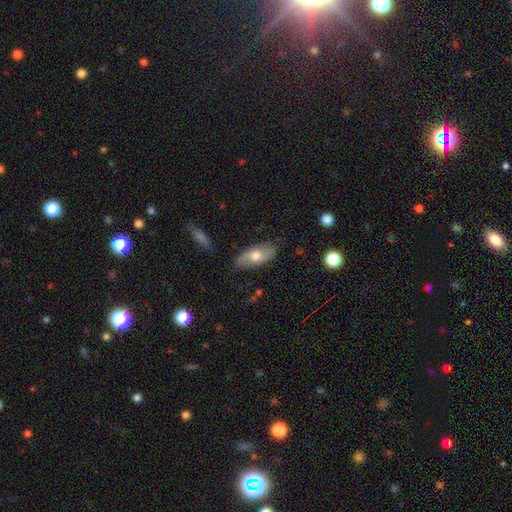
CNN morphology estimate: The model was most divided on "smooth or featured": smooth: 63%, featured or disk: 31%, star or artifact: 6%. More confident: how rounded — in between (86%); merging — none (79%).